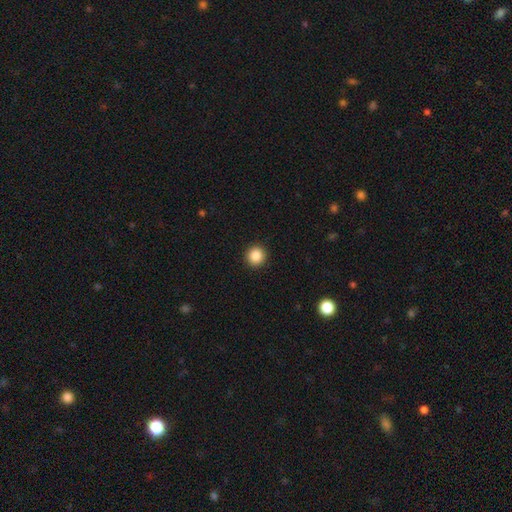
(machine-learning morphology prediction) smooth 87%, star or artifact 10%, featured or disk 3%. Down the decision tree: how rounded — round (94%); merging — none (93%).